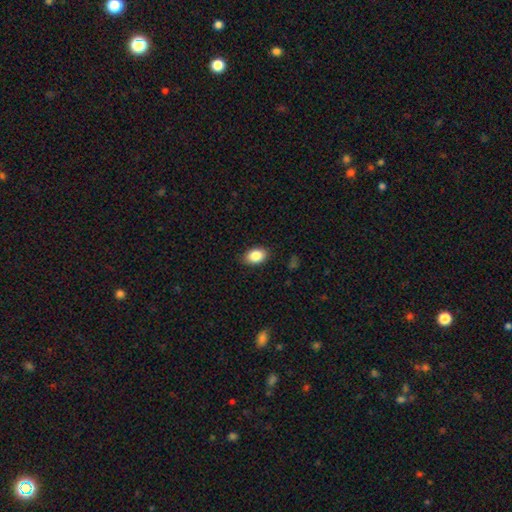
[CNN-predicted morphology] Q: Smooth or featured?
A: smooth (86%); runner-up: star or artifact (8%)
Q: How rounded?
A: in between (84%); runner-up: round (15%)
Q: Merging?
A: none (87%); runner-up: minor disturbance (10%)